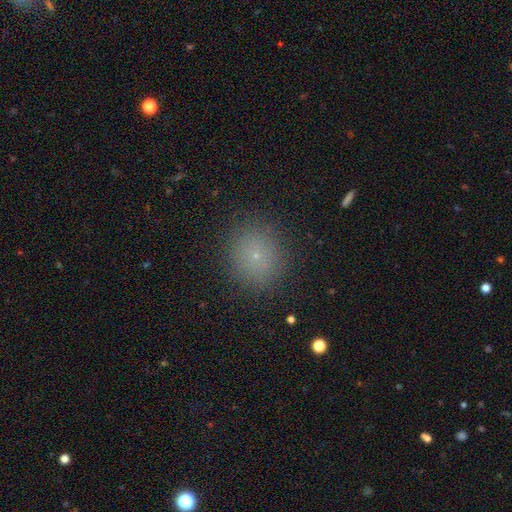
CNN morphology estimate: This appears to be a smooth galaxy with no disk features (73%) that is round (85%). Merging: none (89%).